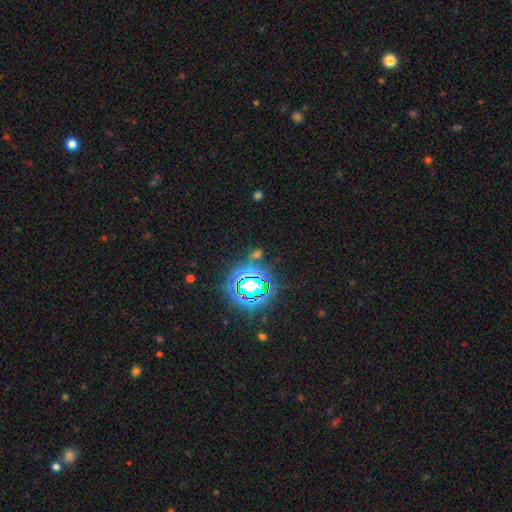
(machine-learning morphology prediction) Q: Smooth or featured?
A: star or artifact (66%); runner-up: smooth (24%)